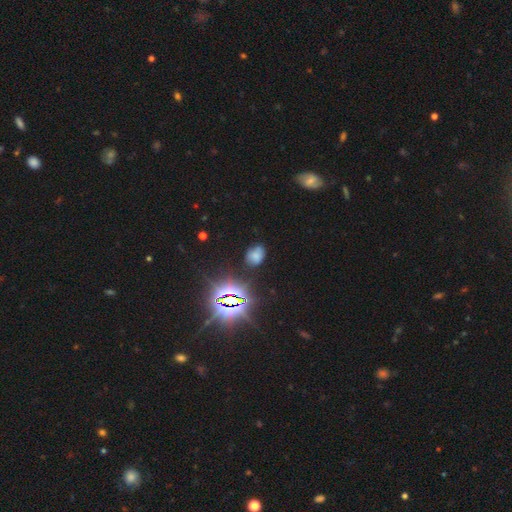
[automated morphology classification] This appears to be a smooth galaxy with no disk features (57%) that is in between round and cigar-shaped (66%). Merging: none (70%).